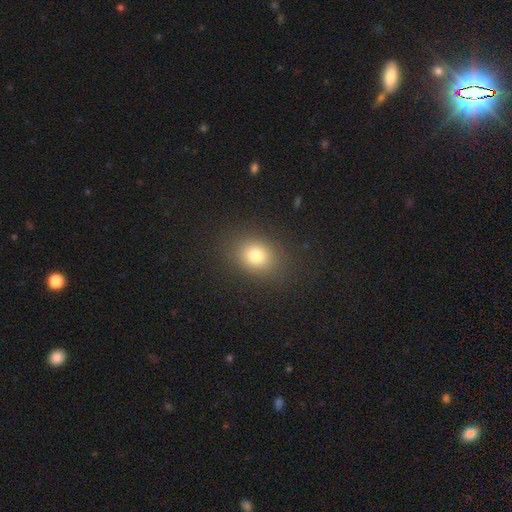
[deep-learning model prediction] A smooth galaxy with no disk features (78%) that is round (55%).

Vote fractions:
- Smooth or featured? smooth: 78% / star or artifact: 13% / featured or disk: 9%
- How rounded? round: 55% / in between: 44% / cigar-shaped: 1%
- Merging? none: 87% / minor disturbance: 8% / major disturbance: 4% / merger: 1%